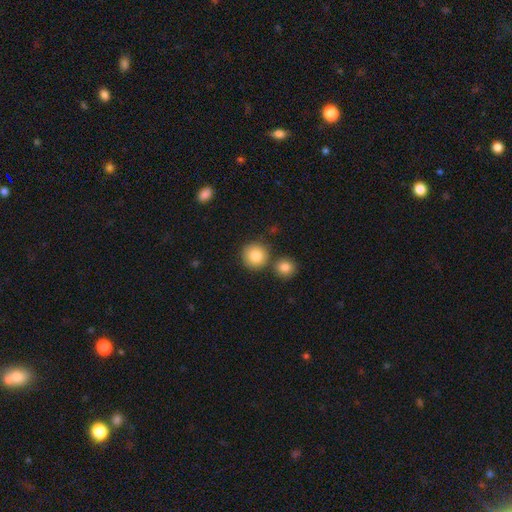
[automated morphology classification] The model was most divided on "merging": none: 75%, merger: 14%, minor disturbance: 8%, major disturbance: 3%. More confident: how rounded — round (93%); smooth or featured — smooth (85%).